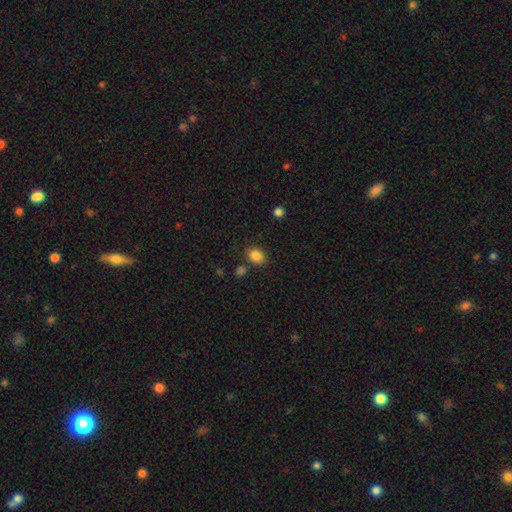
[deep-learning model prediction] The model was most divided on "how rounded": in between: 56%, round: 43%, cigar-shaped: 1%. More confident: smooth or featured — smooth (85%); merging — none (80%).